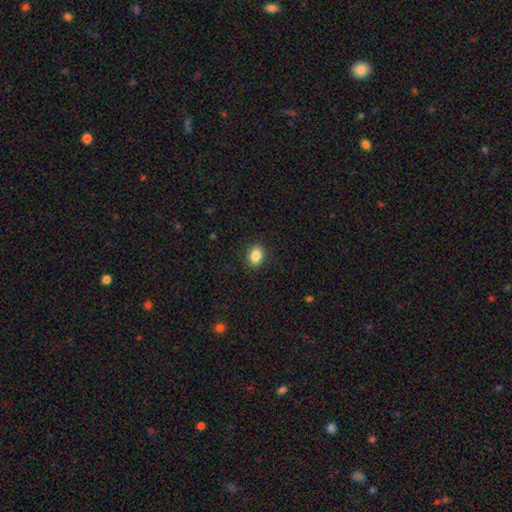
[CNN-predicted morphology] A smooth galaxy with no disk features (86%) that is in between round and cigar-shaped (65%).

Vote fractions:
- Smooth or featured? smooth: 86% / star or artifact: 9% / featured or disk: 5%
- How rounded? in between: 65% / round: 34% / cigar-shaped: 1%
- Merging? none: 89% / minor disturbance: 8% / major disturbance: 2% / merger: 1%